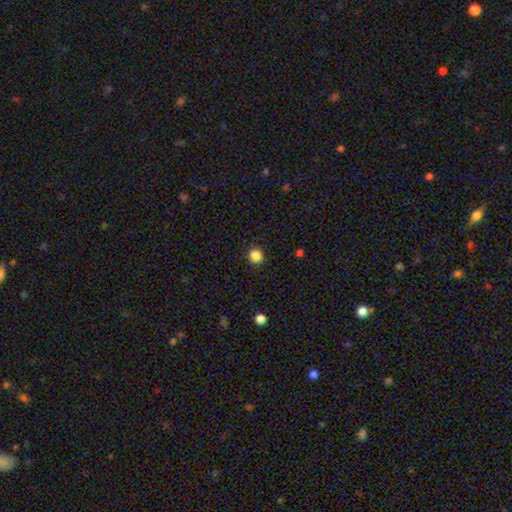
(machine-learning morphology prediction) A smooth galaxy with no disk features (86%) that is round (93%).

Vote fractions:
- Smooth or featured? smooth: 86% / star or artifact: 12% / featured or disk: 3%
- How rounded? round: 93% / in between: 6% / cigar-shaped: 1%
- Merging? none: 92% / minor disturbance: 5% / major disturbance: 2% / merger: 1%